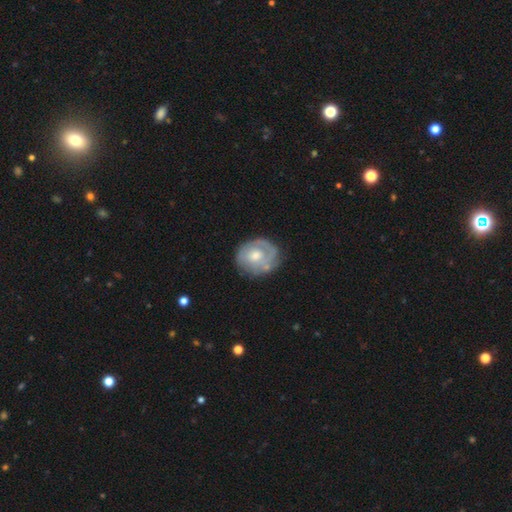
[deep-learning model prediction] This is possibly a featured or disk galaxy (60%). It is clearly not viewed edge-on (96%). Bar: likely no (78%). Spiral arm pattern: likely yes (62%). Central bulge: likely moderate (64%). Merging: likely none (68%).